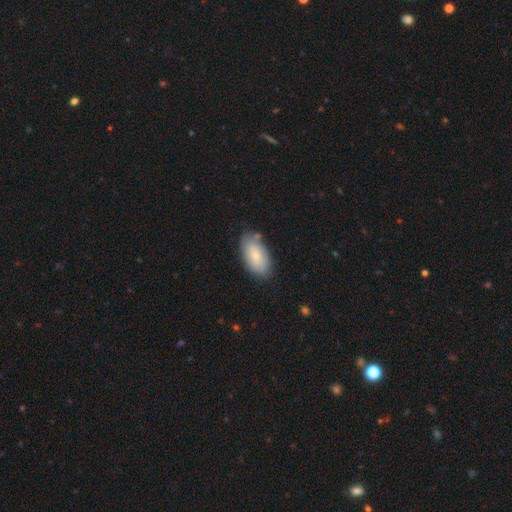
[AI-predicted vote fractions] smooth_or_featured: smooth (p=0.76) [alt: featured or disk p=0.17]
how_rounded: in between (p=0.94) [alt: round p=0.03]
merging: none (p=0.77) [alt: minor disturbance p=0.16]